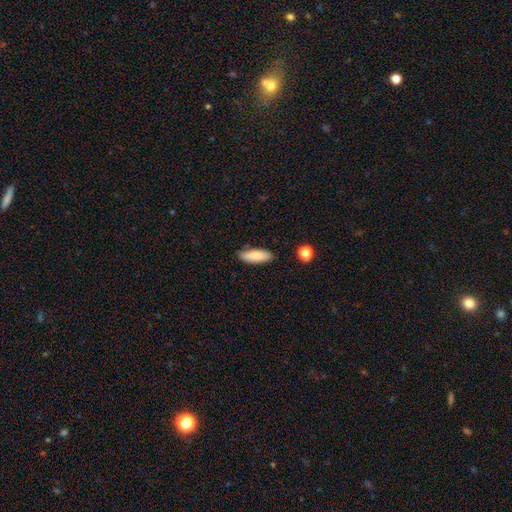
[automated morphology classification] Smooth or featured?
  - smooth: 82% *
  - featured or disk: 11%
  - star or artifact: 7%
How rounded?
  - in between: 60% *
  - cigar-shaped: 38%
  - round: 2%
Merging?
  - none: 84% *
  - minor disturbance: 11%
  - major disturbance: 2%
  - merger: 2%